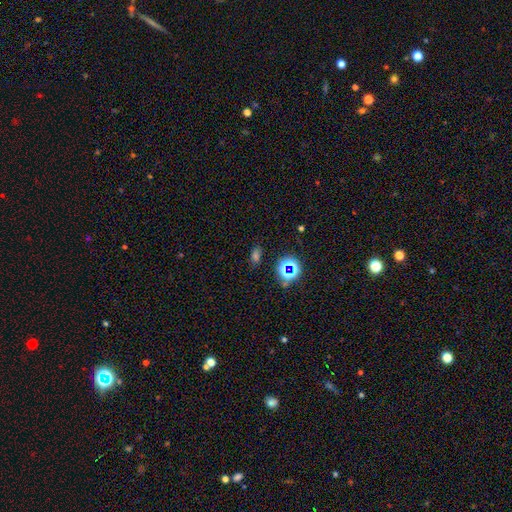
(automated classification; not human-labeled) The model was most divided on "smooth or featured": star or artifact: 48%, smooth: 44%, featured or disk: 8%.